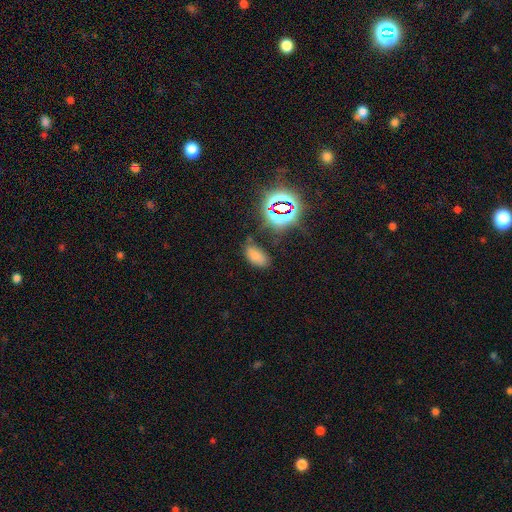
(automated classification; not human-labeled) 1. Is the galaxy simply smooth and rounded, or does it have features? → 66% smooth, 26% star or artifact, 8% featured or disk.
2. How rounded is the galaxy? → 93% in between, 4% round, 3% cigar-shaped.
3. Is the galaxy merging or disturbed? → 69% none, 19% minor disturbance, 7% major disturbance, 5% merger.